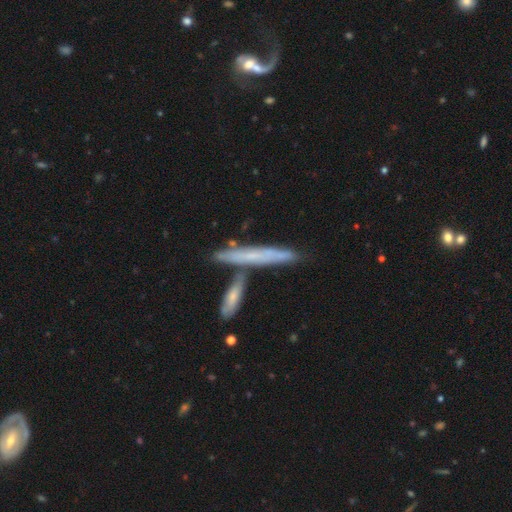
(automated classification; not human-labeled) smooth-or-featured: featured or disk: 50% | smooth: 43% | star or artifact: 8%
  merging: none: 67% | merger: 18% | minor disturbance: 12% | major disturbance: 4%